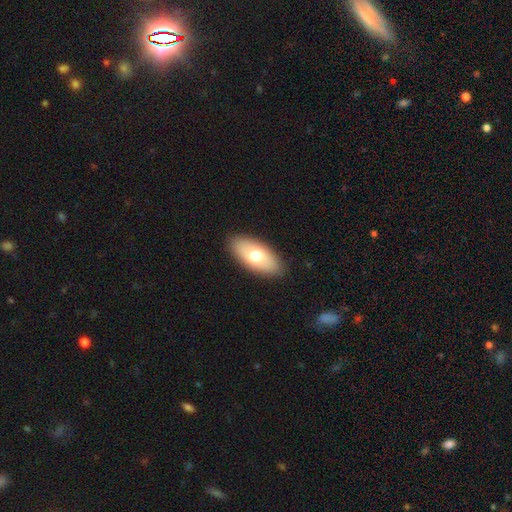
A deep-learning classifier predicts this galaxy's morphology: Smooth or featured?
  - smooth: 70% *
  - featured or disk: 24%
  - star or artifact: 6%
How rounded?
  - in between: 91% *
  - cigar-shaped: 6%
  - round: 3%
Merging?
  - none: 88% *
  - minor disturbance: 9%
  - major disturbance: 2%
  - merger: 1%